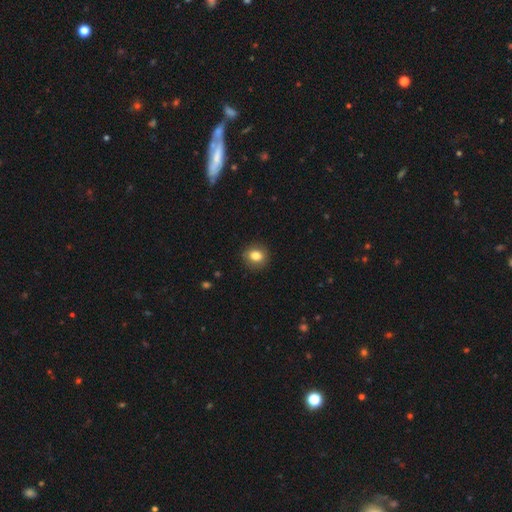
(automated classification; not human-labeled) Smooth or featured? smooth (82%)
How rounded? round (66%)
Merging? none (88%)